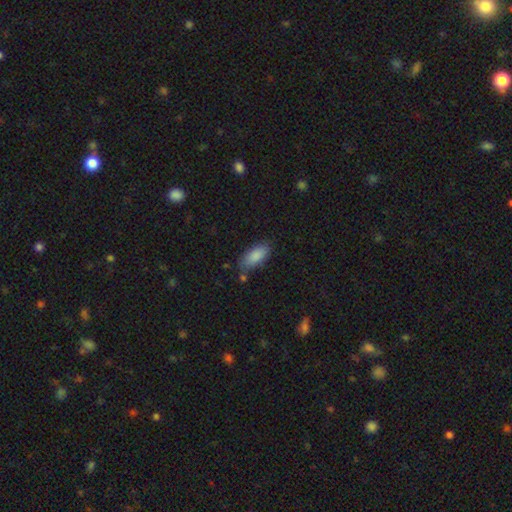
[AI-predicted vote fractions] Smooth or featured?
  - smooth: 87% *
  - featured or disk: 7%
  - star or artifact: 7%
How rounded?
  - in between: 85% *
  - cigar-shaped: 13%
  - round: 2%
Merging?
  - none: 70% *
  - minor disturbance: 20%
  - merger: 5%
  - major disturbance: 5%